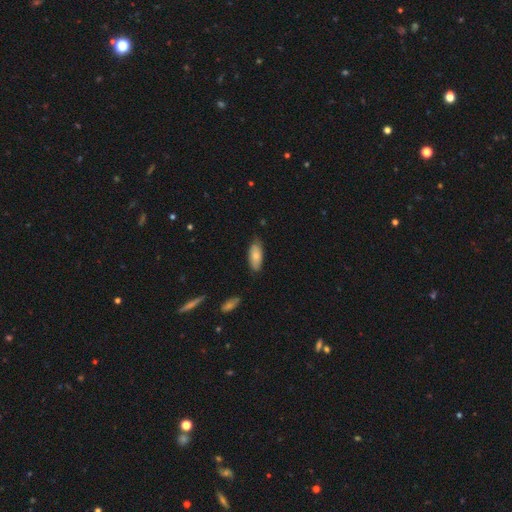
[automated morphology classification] A smooth galaxy with no disk features (71%) that is in between round and cigar-shaped (83%).

Vote fractions:
- Smooth or featured? smooth: 71% / featured or disk: 23% / star or artifact: 6%
- How rounded? in between: 83% / cigar-shaped: 15% / round: 2%
- Merging? none: 73% / minor disturbance: 22% / major disturbance: 3% / merger: 2%